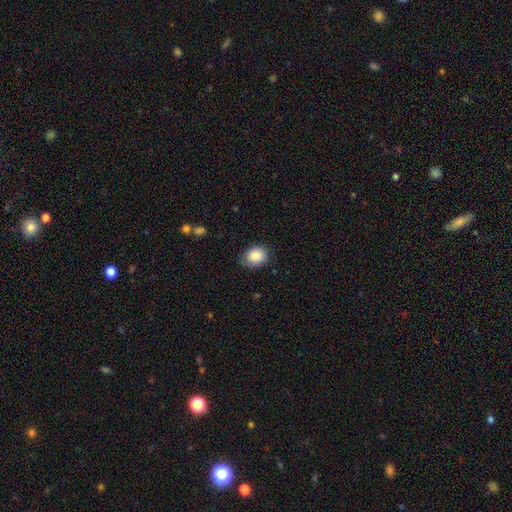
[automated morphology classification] This is clearly a smooth galaxy (86%). How rounded: possibly round (54%). Merging: likely none (75%).